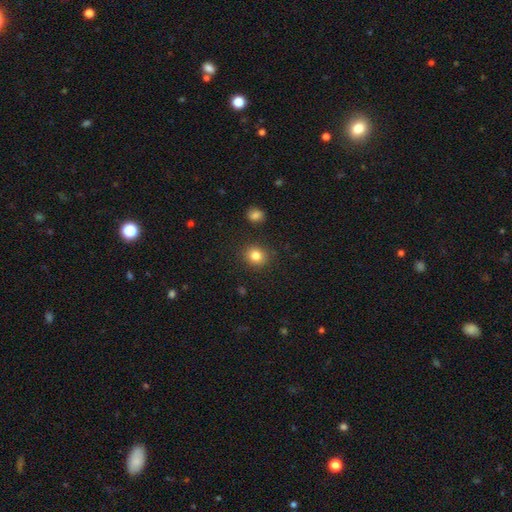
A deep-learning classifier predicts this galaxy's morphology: smooth-or-featured: smooth: 82% | star or artifact: 11% | featured or disk: 6%
  how-rounded: round: 82% | in between: 18% | cigar-shaped: 1%
  merging: none: 88% | minor disturbance: 7% | major disturbance: 2% | merger: 2%